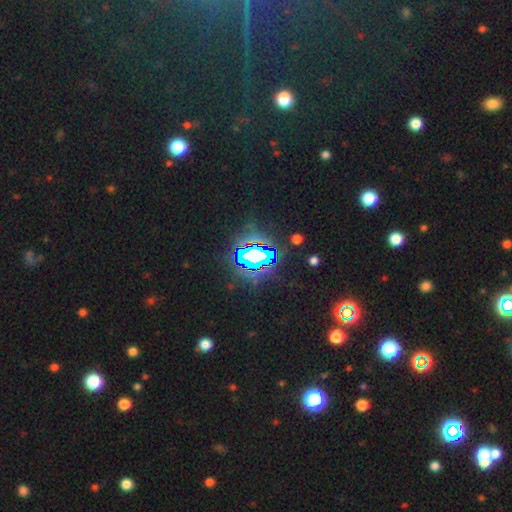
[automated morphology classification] Smooth or featured?
  - star or artifact: 82% *
  - smooth: 11%
  - featured or disk: 7%